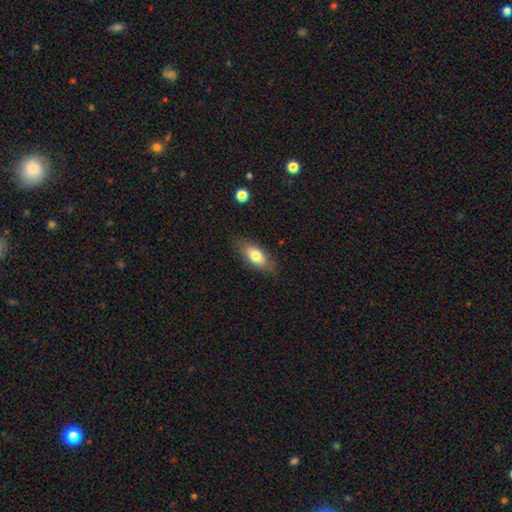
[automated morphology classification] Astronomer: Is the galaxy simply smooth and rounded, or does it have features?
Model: smooth — 73%.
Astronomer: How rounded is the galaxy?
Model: in between — 79%.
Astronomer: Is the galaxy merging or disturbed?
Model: none — 81%.